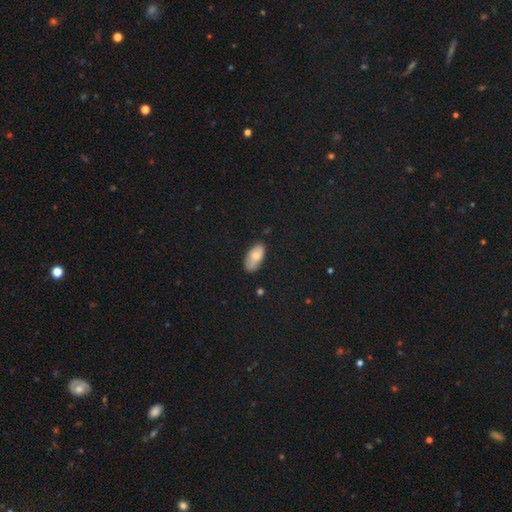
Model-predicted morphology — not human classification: A smooth galaxy with no disk features (74%) that is in between round and cigar-shaped (92%). Merging: none (69%).